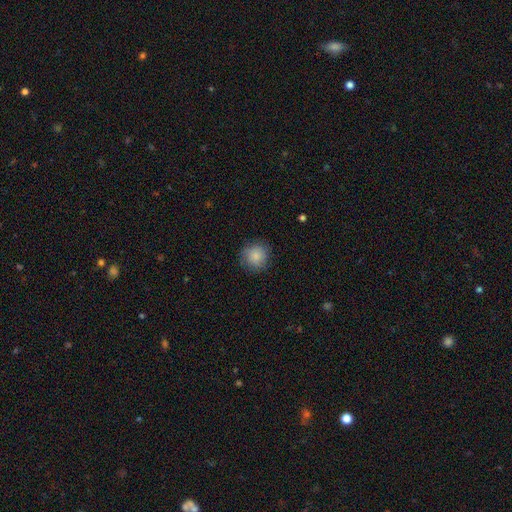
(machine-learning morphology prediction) Overall: smooth (86%). How rounded: round (92%). Merging: none (84%).